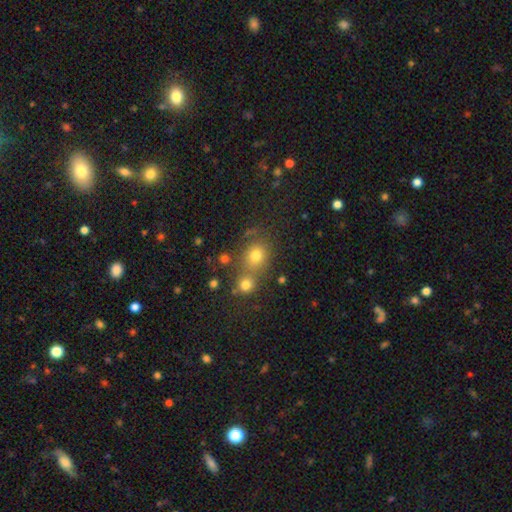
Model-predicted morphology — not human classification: type=smooth (73%); roundness=round (73%); merging=none (54%).